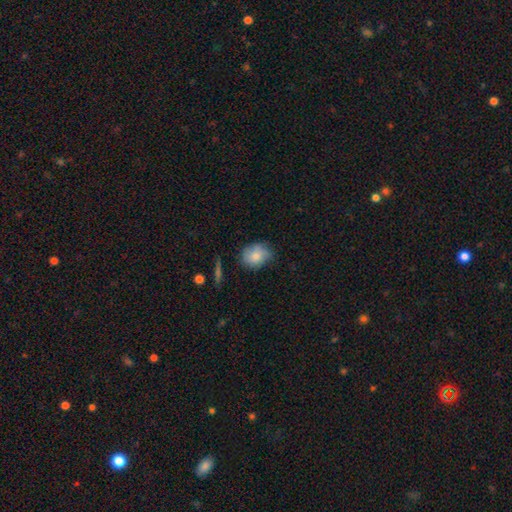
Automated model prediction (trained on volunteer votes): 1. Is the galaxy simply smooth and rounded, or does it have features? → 80% smooth, 13% featured or disk, 8% star or artifact.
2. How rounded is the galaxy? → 58% round, 41% in between, 1% cigar-shaped.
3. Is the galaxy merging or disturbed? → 62% none, 30% minor disturbance, 6% major disturbance, 2% merger.